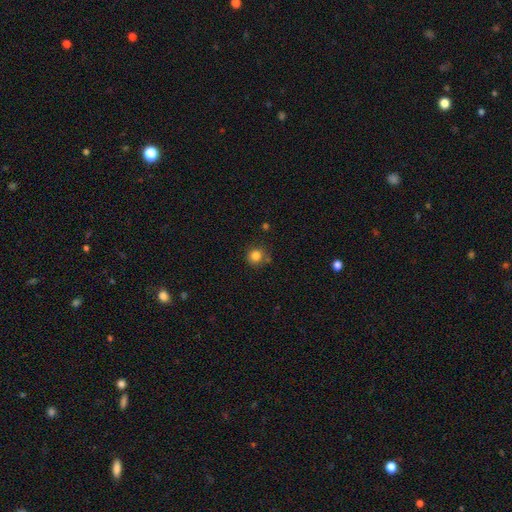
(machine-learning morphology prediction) Q: Smooth or featured?
A: smooth (83%); runner-up: star or artifact (12%)
Q: How rounded?
A: round (90%); runner-up: in between (9%)
Q: Merging?
A: none (76%); runner-up: minor disturbance (14%)